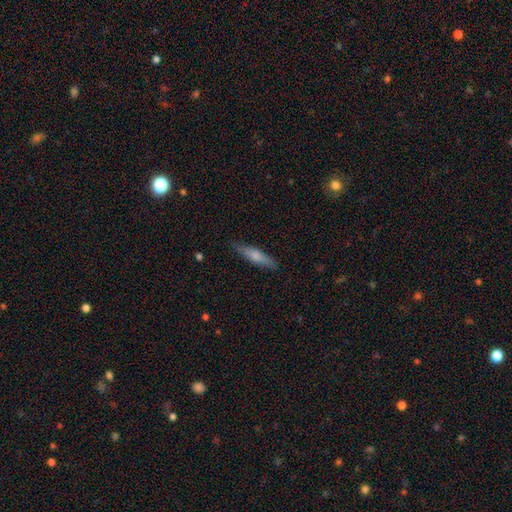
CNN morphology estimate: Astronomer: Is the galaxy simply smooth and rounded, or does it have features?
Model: smooth — 64%.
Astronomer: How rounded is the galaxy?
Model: cigar-shaped — 78%.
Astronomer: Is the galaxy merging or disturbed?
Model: none — 84%.